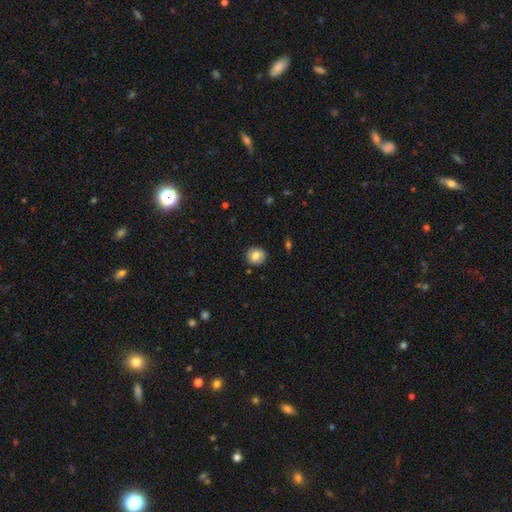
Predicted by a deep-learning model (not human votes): Smooth or featured? Predicted: smooth (p=0.78). How rounded? Predicted: round (p=0.85). Merging? Predicted: none (p=0.89).